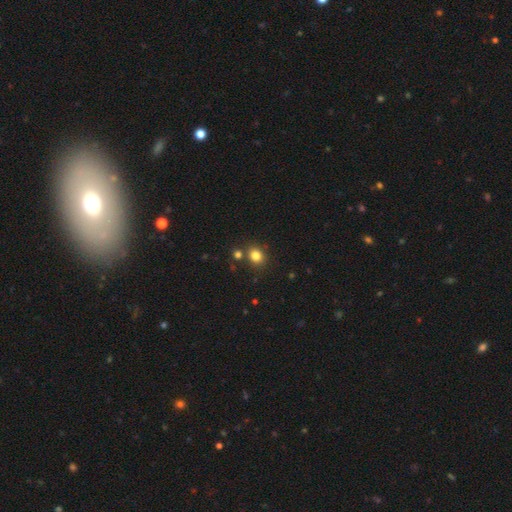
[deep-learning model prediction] Overall: smooth (82%). How rounded: round (67%; in between 32%). Merging: none (77%).